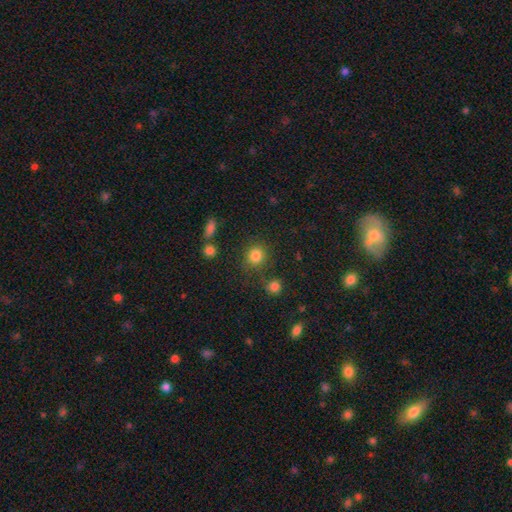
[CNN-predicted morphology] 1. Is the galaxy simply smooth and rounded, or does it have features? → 82% smooth, 12% star or artifact, 5% featured or disk.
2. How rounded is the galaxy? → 85% round, 14% in between, 1% cigar-shaped.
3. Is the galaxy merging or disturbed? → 78% none, 10% minor disturbance, 7% merger, 5% major disturbance.